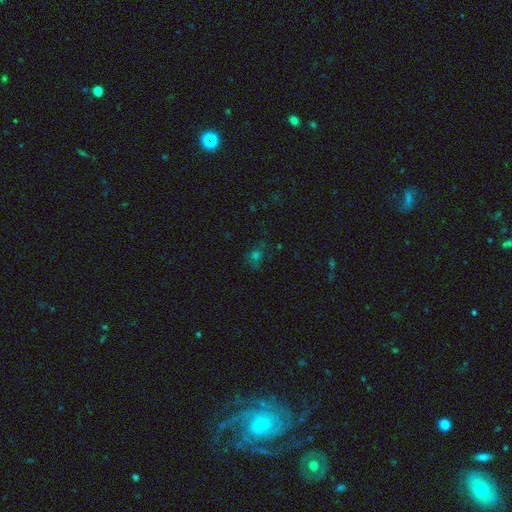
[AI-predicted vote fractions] Overall: smooth (45%; star or artifact 42%). Merging: none (70%).